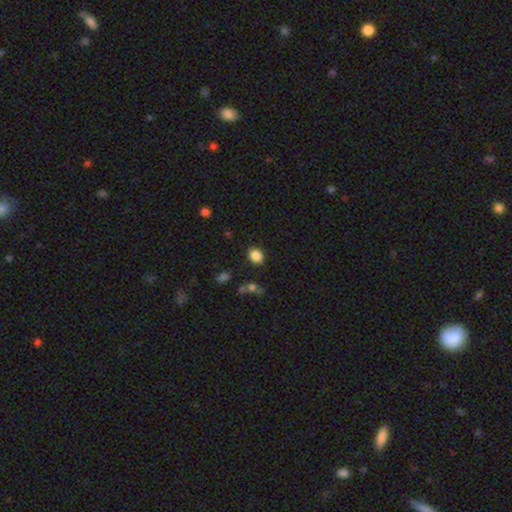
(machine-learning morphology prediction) Smooth or featured: smooth — 86% (star or artifact — 10%)
How rounded: round — 56% (in between — 43%)
Merging: none — 87% (minor disturbance — 8%)